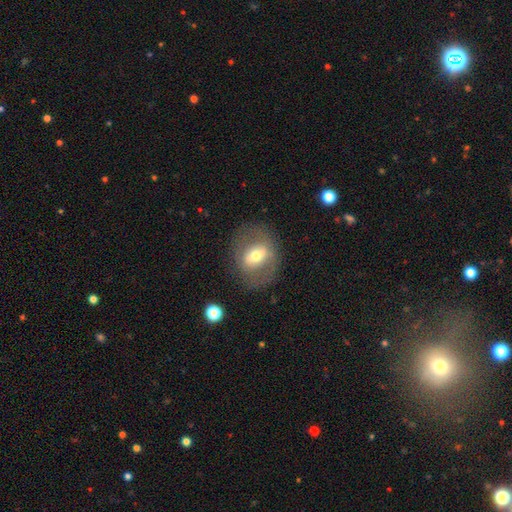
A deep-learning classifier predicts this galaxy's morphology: The model was most divided on "smooth or featured" (2-way tie): smooth: 46%, featured or disk: 46%, star or artifact: 8%. More confident: merging — none (77%).